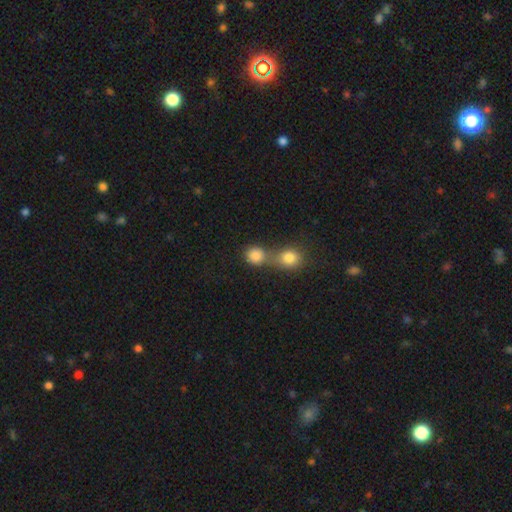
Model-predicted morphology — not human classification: This appears to be a smooth galaxy with no disk features (84%) that is round (84%). Merging: merger (53%).